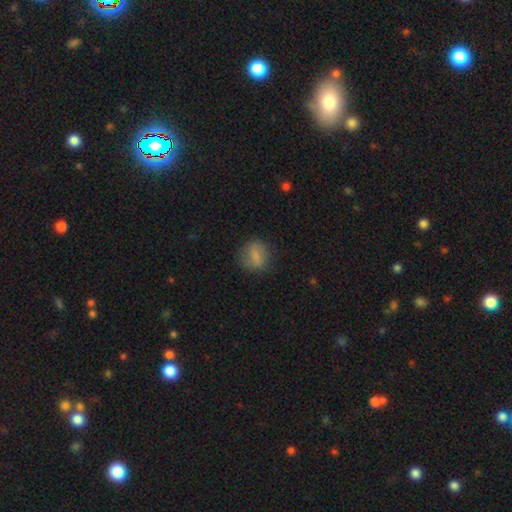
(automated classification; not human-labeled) This is likely a smooth galaxy (71%). How rounded: likely round (72%). Merging: likely none (77%).